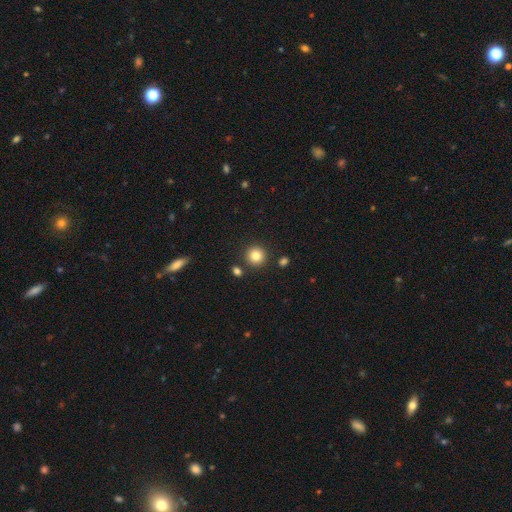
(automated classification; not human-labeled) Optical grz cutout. It shows a smooth galaxy with no disk features (83%) that is round (93%). Merging: none (87%).